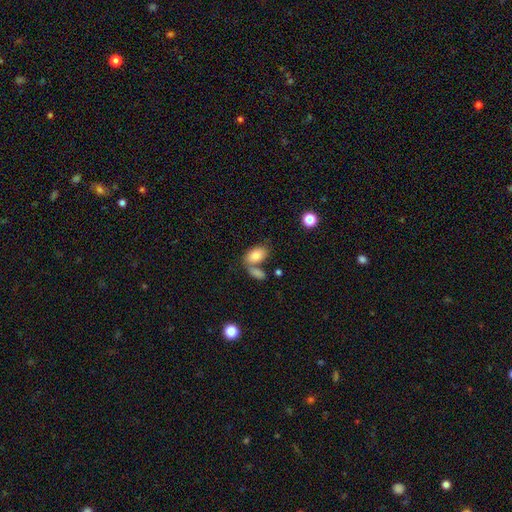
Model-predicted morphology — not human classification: smooth-or-featured: smooth: 81% | featured or disk: 11% | star or artifact: 7%
  how-rounded: in between: 92% | round: 7% | cigar-shaped: 2%
  merging: none: 47% | merger: 36% | minor disturbance: 12% | major disturbance: 5%